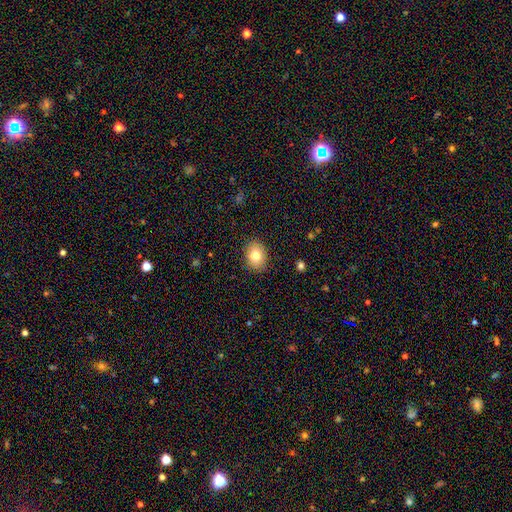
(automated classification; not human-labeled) smooth-or-featured: smooth: 79% | featured or disk: 12% | star or artifact: 9%
  how-rounded: in between: 63% | round: 36% | cigar-shaped: 1%
  merging: none: 86% | minor disturbance: 10% | major disturbance: 2% | merger: 1%